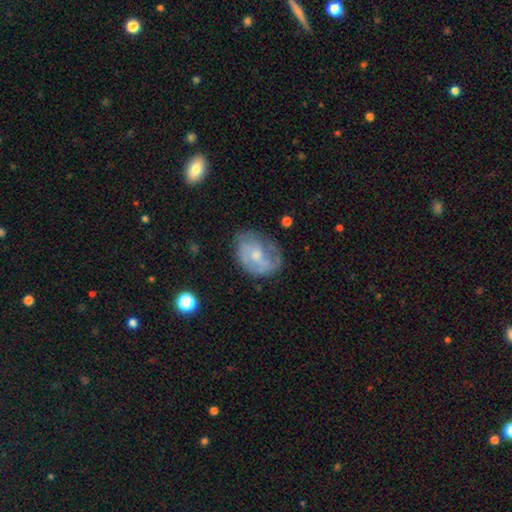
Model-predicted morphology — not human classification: Overall: featured or disk (63%; smooth 30%). Edge-on disk: no (97%). Bar: no (67%; weak 28%). Spiral arms: yes (73%). Bulge size: small (55%; moderate 36%). Merging: none (56%; minor disturbance 27%).